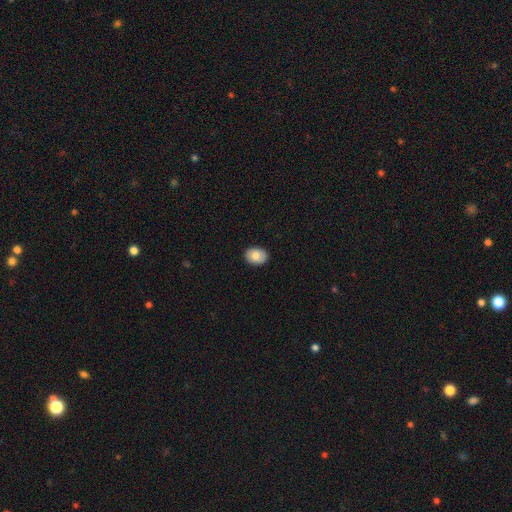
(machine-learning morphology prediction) Smooth or featured? Predicted: smooth (p=0.80). How rounded? Predicted: in between (p=0.71). Merging? Predicted: none (p=0.89).